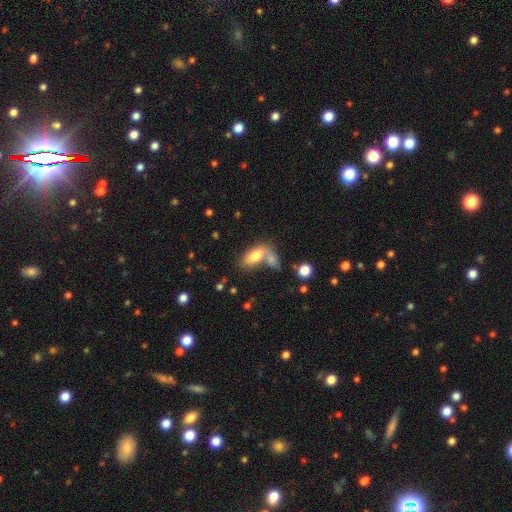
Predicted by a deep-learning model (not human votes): Smooth or featured: smooth — 74% (featured or disk — 18%)
How rounded: in between — 86% (cigar-shaped — 8%)
Merging: merger — 51% (none — 31%)